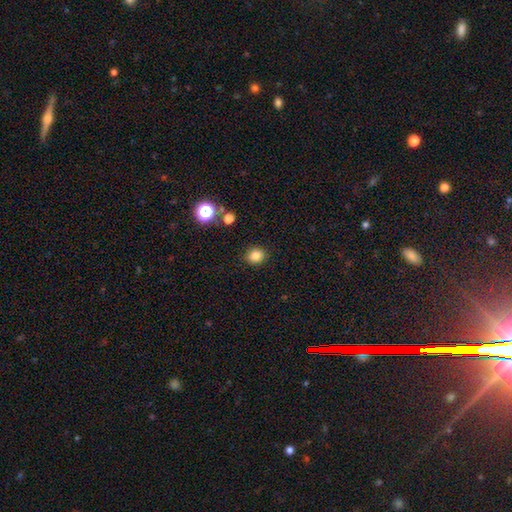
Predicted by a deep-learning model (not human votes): A smooth galaxy with no disk features (82%) that is round (73%). Merging: none (89%).